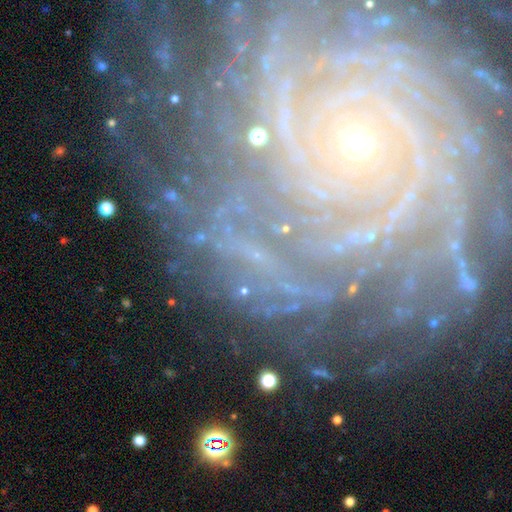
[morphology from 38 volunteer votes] Volunteers were most divided on "spiral arm count": more than 4: 55%, can't tell: 26%, 2: 10%, 4: 6%, 3: 3%, 1: 0%. More confident: edge-on disk — no (100%); spiral arms — yes (100%); merging — none (86%); spiral winding — tight (84%); smooth or featured — featured or disk (82%); bulge size — small (71%); bar — no (65%).